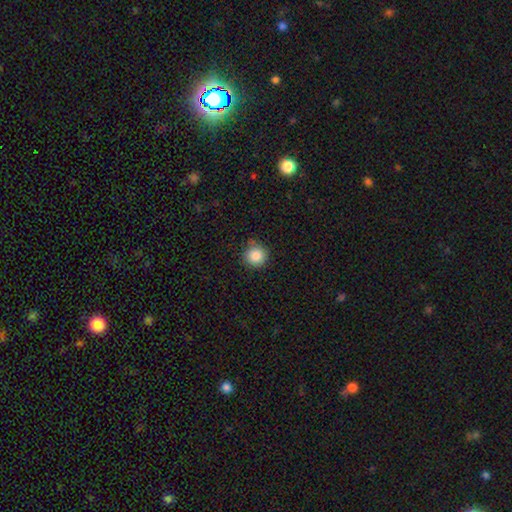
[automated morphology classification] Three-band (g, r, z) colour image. It shows a smooth galaxy with no disk features (86%) that is round (94%). Merging: none (84%).